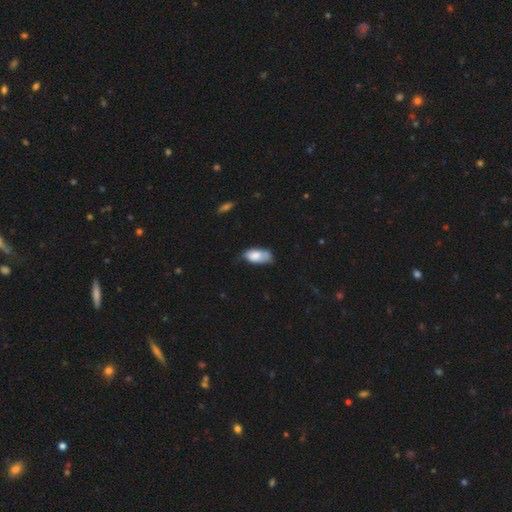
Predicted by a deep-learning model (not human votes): The model was most divided on "merging": minor disturbance: 42%, none: 38%, major disturbance: 14%, merger: 5%. More confident: how rounded — in between (91%); smooth or featured — smooth (76%).